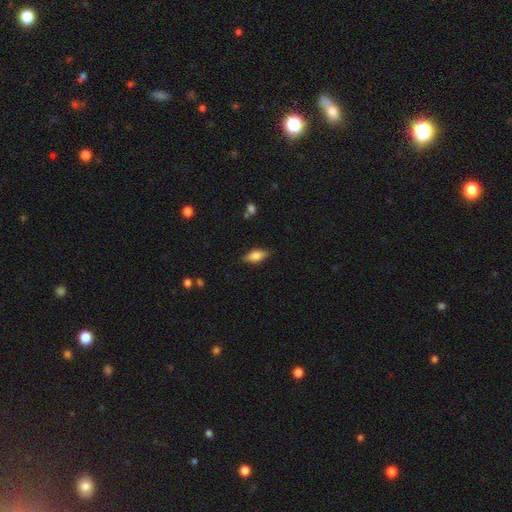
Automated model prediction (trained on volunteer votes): smooth_or_featured: smooth (p=0.63) [alt: featured or disk p=0.29]
how_rounded: in between (p=0.77) [alt: cigar-shaped p=0.19]
merging: none (p=0.82) [alt: minor disturbance p=0.14]